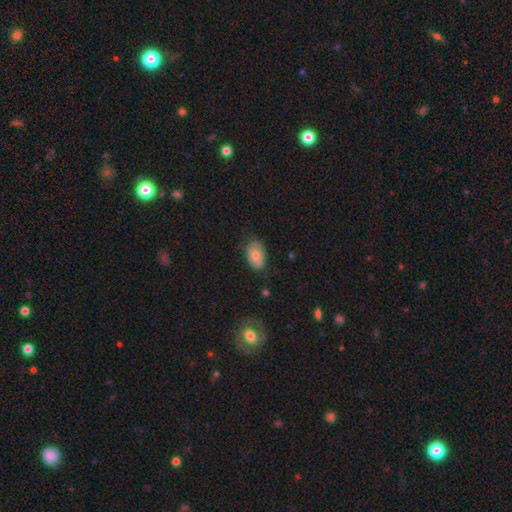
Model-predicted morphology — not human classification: smooth-or-featured: smooth: 76% | featured or disk: 17% | star or artifact: 7%
  how-rounded: in between: 91% | round: 8% | cigar-shaped: 1%
  merging: none: 62% | minor disturbance: 28% | major disturbance: 8% | merger: 2%